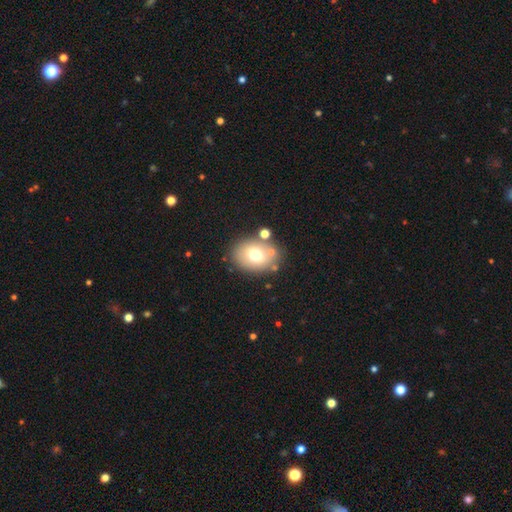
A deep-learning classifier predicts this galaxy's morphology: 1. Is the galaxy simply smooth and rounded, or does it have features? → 68% smooth, 20% featured or disk, 13% star or artifact.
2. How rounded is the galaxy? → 54% in between, 45% round, 1% cigar-shaped.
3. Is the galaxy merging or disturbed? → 72% none, 12% minor disturbance, 11% merger, 4% major disturbance.